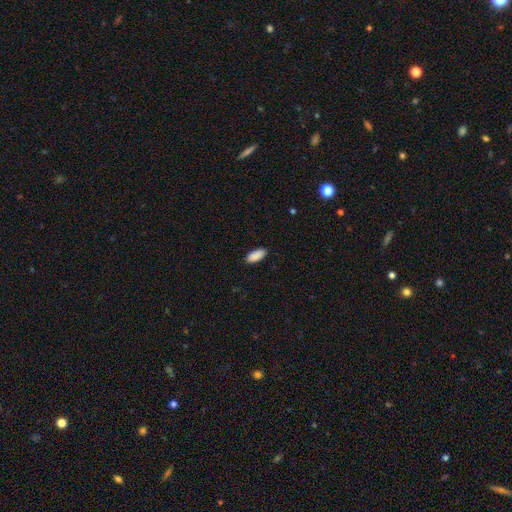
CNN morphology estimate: The model was most divided on "how rounded": in between: 87%, cigar-shaped: 11%, round: 2%. More confident: smooth or featured — smooth (91%); merging — none (89%).